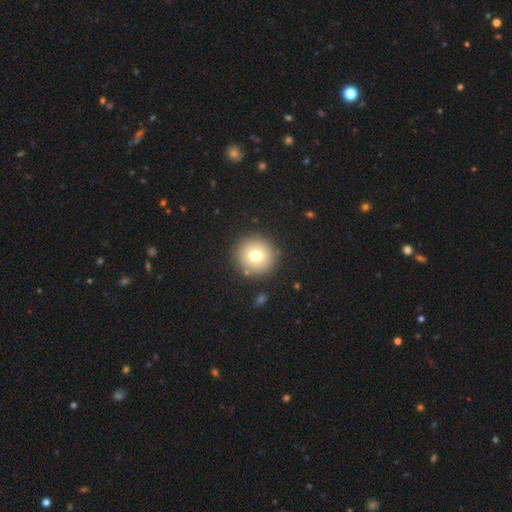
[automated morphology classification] A smooth galaxy with no disk features (72%) that is round (94%). Merging: none (88%).